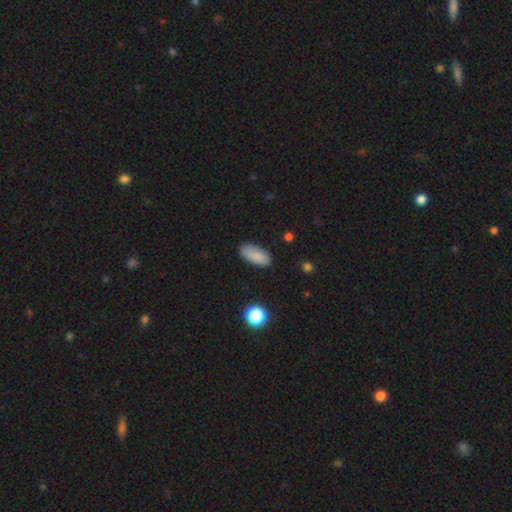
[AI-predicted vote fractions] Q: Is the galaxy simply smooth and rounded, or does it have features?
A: smooth — 87%.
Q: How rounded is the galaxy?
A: in between — 87%.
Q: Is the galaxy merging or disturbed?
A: none — 83%.